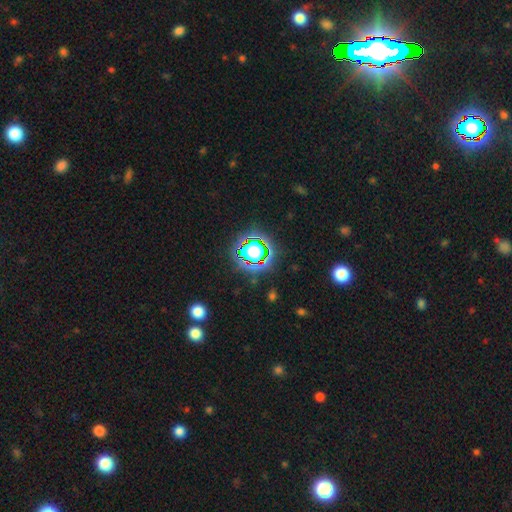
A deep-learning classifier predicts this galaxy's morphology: A star or artifact, not a galaxy (79%).